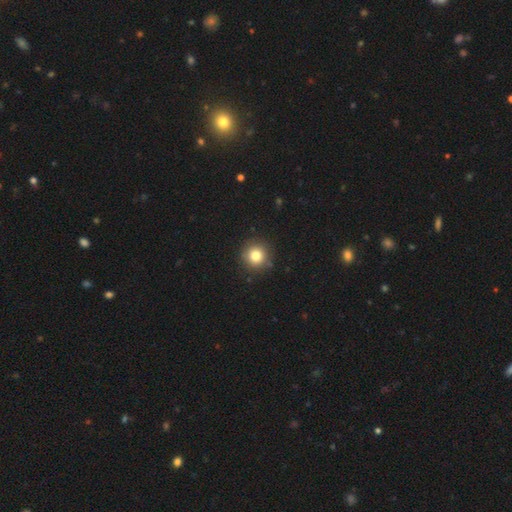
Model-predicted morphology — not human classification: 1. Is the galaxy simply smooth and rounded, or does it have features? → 80% smooth, 12% star or artifact, 8% featured or disk.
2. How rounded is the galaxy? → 94% round, 5% in between, 1% cigar-shaped.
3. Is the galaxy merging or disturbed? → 88% none, 8% minor disturbance, 2% major disturbance, 2% merger.